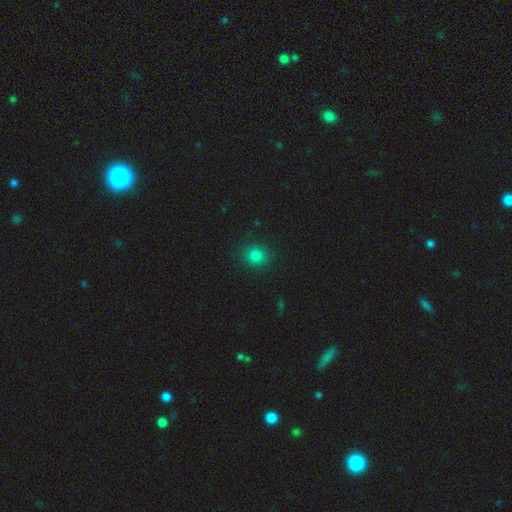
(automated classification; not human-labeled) Smooth or featured? Predicted: smooth (p=0.81). How rounded? Predicted: round (p=0.85). Merging? Predicted: none (p=0.90).